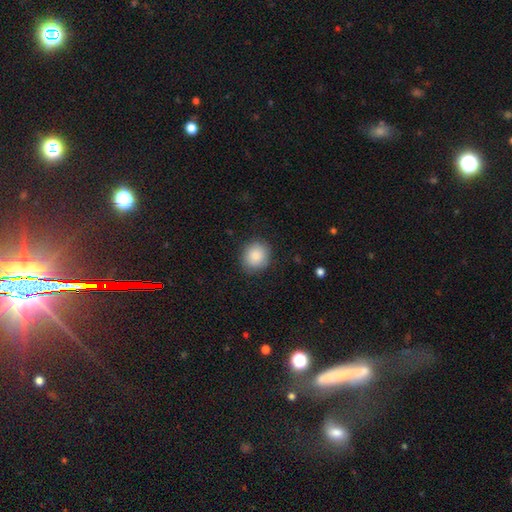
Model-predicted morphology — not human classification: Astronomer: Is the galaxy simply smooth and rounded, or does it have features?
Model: smooth — 87%.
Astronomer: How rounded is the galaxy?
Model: round — 80%.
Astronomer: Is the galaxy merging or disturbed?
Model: none — 87%.